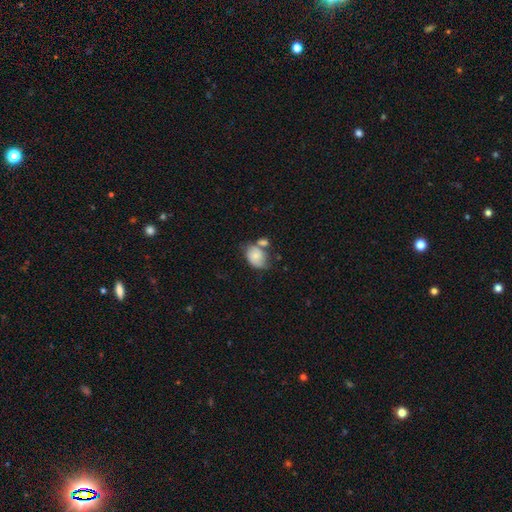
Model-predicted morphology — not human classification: A smooth galaxy with no disk features (69%) that is in between round and cigar-shaped (70%).

Vote fractions:
- Smooth or featured? smooth: 69% / featured or disk: 23% / star or artifact: 8%
- How rounded? in between: 70% / round: 28% / cigar-shaped: 1%
- Merging? none: 37% / merger: 28% / minor disturbance: 25% / major disturbance: 10%